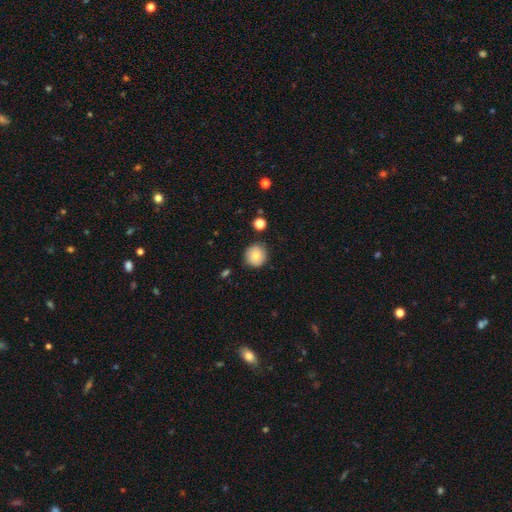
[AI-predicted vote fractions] A smooth galaxy with no disk features (82%) that is round (93%).

Vote fractions:
- Smooth or featured? smooth: 82% / featured or disk: 9% / star or artifact: 9%
- How rounded? round: 93% / in between: 6% / cigar-shaped: 1%
- Merging? none: 87% / minor disturbance: 9% / major disturbance: 2% / merger: 2%